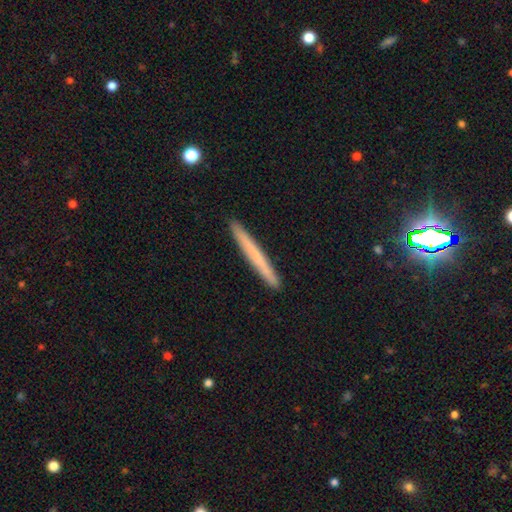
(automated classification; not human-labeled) This appears to be a smooth galaxy with no disk features (62%) that is cigar-shaped (97%). Merging: none (93%).